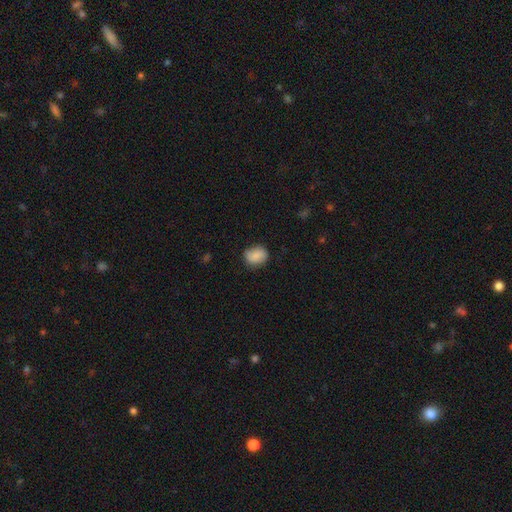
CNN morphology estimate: Smooth or featured? Predicted: smooth (p=0.83). How rounded? Predicted: round (p=0.50). Merging? Predicted: none (p=0.72).